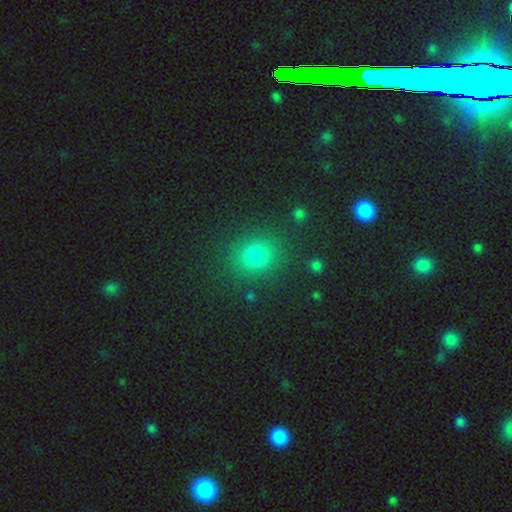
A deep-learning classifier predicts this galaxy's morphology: Smooth or featured? smooth (75%)
How rounded? round (77%)
Merging? none (86%)